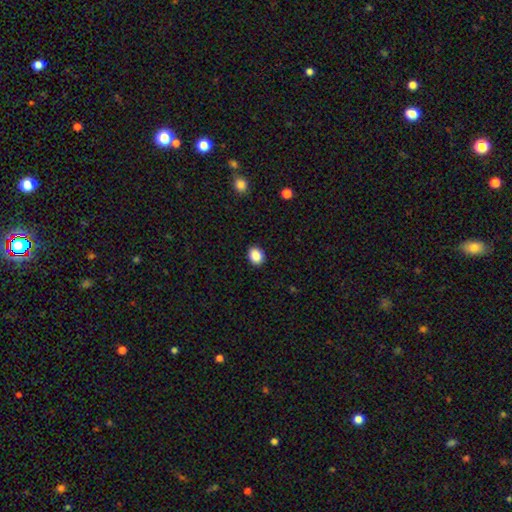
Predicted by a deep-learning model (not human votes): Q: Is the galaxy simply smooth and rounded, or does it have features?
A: smooth — 89%.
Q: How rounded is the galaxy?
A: in between — 55%.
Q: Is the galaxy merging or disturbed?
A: none — 90%.